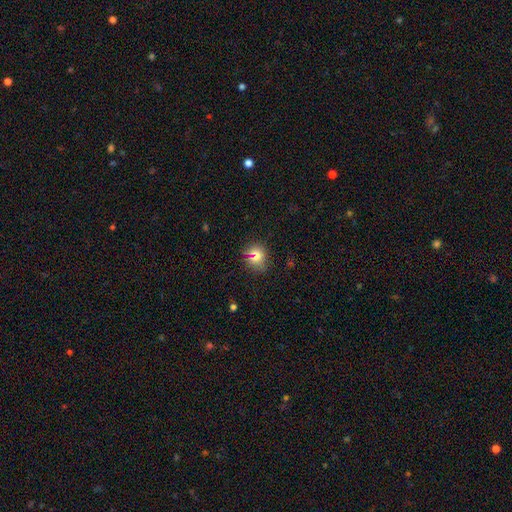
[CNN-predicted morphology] smooth 72%, star or artifact 20%, featured or disk 9%. Down the decision tree: how rounded — round (82%); merging — none (83%).